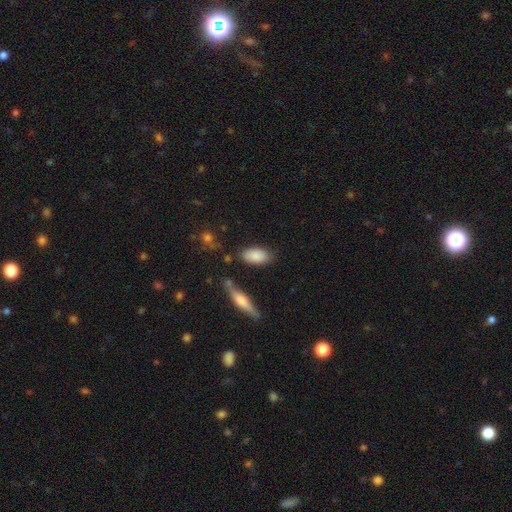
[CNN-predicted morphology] type=smooth (85%); roundness=in between (91%); merging=none (77%).